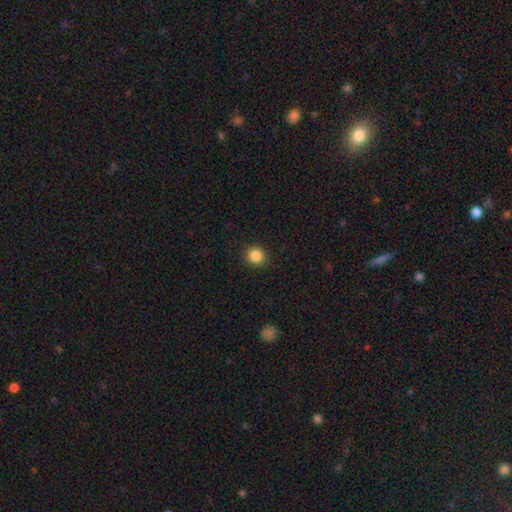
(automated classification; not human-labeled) Smooth or featured? smooth (86%)
How rounded? round (91%)
Merging? none (90%)